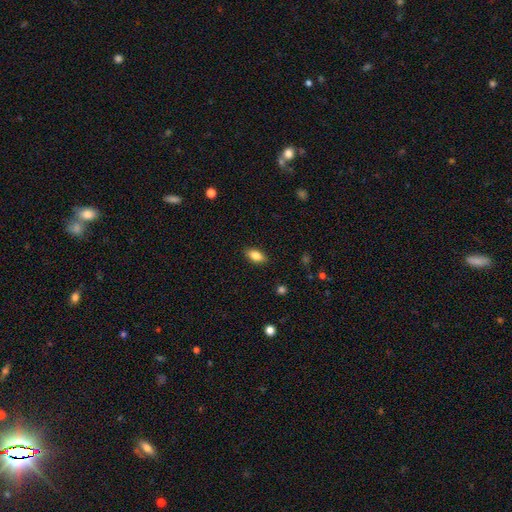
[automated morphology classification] smooth 83%, featured or disk 9%, star or artifact 8%. Down the decision tree: how rounded — in between (89%); merging — none (89%).